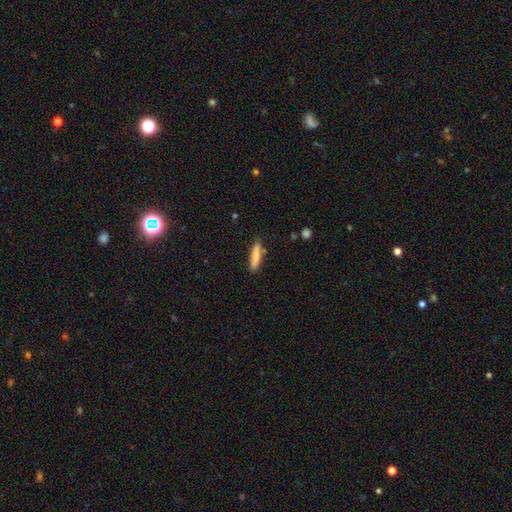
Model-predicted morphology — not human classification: Smooth or featured? Predicted: smooth (p=0.79). How rounded? Predicted: cigar-shaped (p=0.75). Merging? Predicted: none (p=0.80).